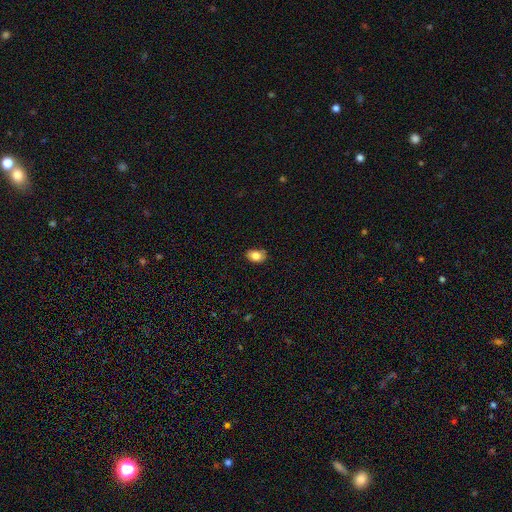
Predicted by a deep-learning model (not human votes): Smooth or featured? smooth (83%)
How rounded? in between (81%)
Merging? none (76%)